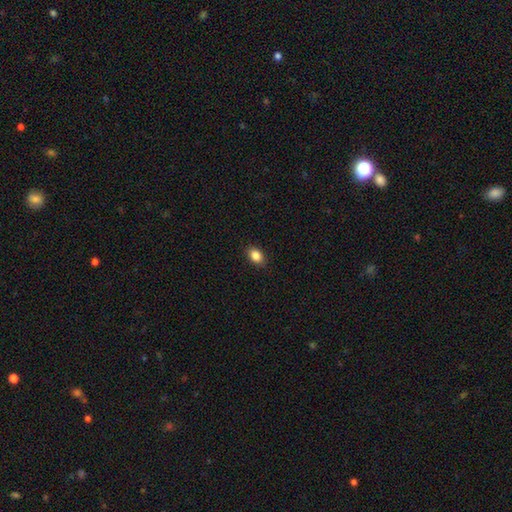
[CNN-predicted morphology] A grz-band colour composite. It shows a smooth galaxy with no disk features (86%) that is in between round and cigar-shaped (80%). Merging: none (89%).